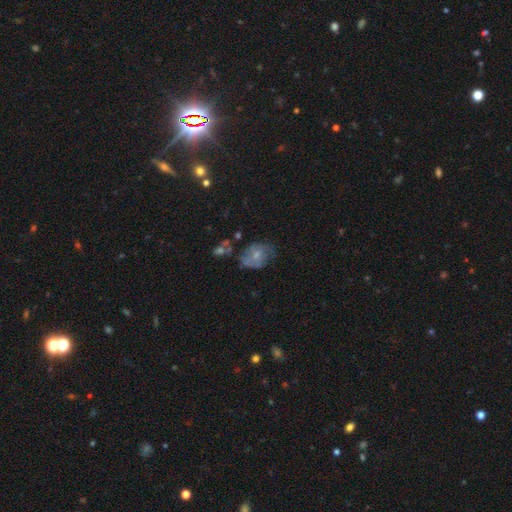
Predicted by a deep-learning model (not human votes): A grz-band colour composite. It shows a smooth galaxy with no disk features (50%) that is in between round and cigar-shaped (64%). Merging: none (44%).